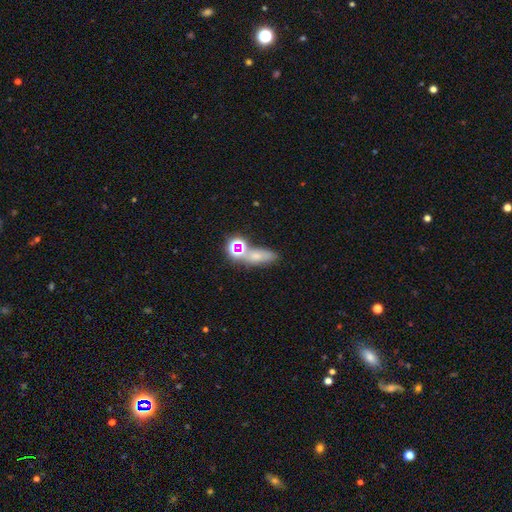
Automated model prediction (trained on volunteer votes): The model was most divided on "smooth or featured": smooth: 55%, star or artifact: 28%, featured or disk: 17%. More confident: how rounded — in between (59%); merging — none (52%).